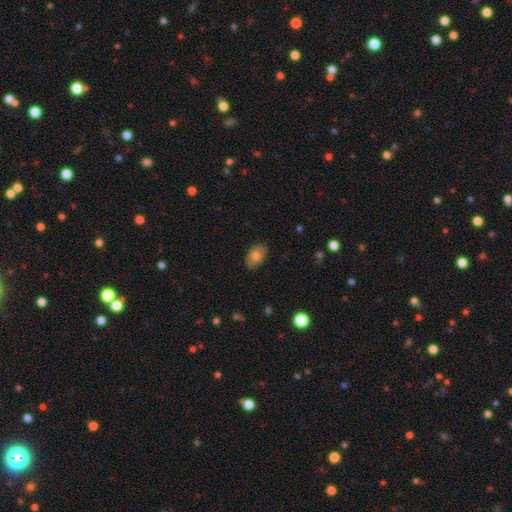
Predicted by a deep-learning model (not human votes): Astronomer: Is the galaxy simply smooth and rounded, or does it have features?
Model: smooth — 74%.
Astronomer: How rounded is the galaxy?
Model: in between — 87%.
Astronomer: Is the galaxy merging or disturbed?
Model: none — 83%.